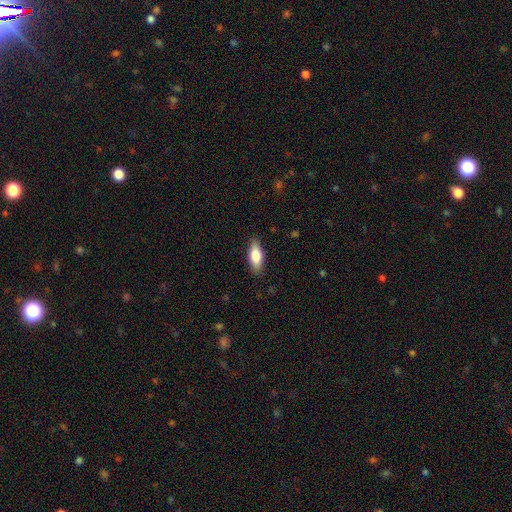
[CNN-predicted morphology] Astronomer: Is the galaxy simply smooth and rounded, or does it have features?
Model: smooth — 76%.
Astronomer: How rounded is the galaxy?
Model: in between — 73%.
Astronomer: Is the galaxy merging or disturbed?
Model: none — 87%.